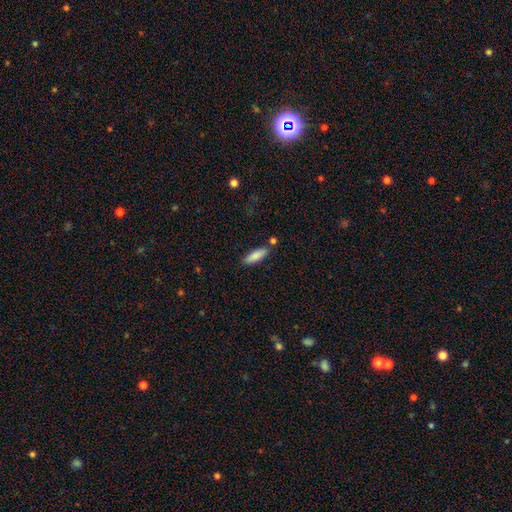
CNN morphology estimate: A smooth galaxy with no disk features (84%) that is in between round and cigar-shaped (56%). Merging: none (79%).